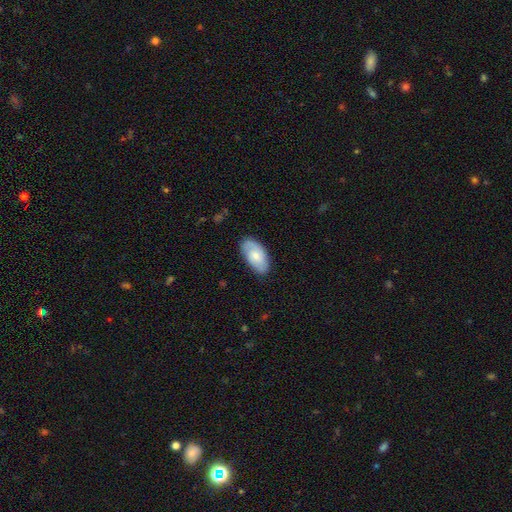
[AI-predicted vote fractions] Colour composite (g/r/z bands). It shows a smooth galaxy with no disk features (59%) that is in between round and cigar-shaped (94%). Merging: none (76%).